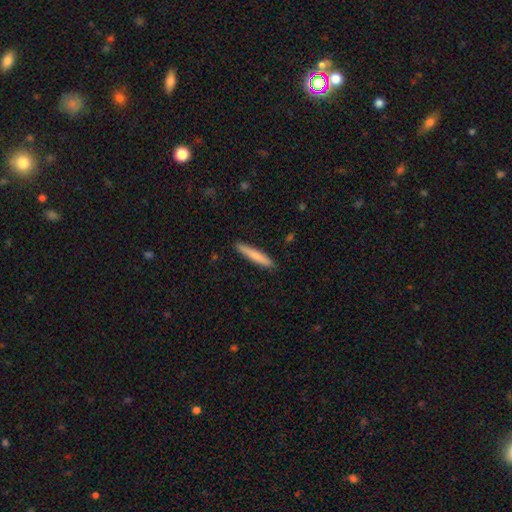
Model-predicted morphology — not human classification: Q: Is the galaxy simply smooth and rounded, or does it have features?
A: smooth — 78%.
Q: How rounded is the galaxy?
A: cigar-shaped — 94%.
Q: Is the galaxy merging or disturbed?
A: none — 90%.